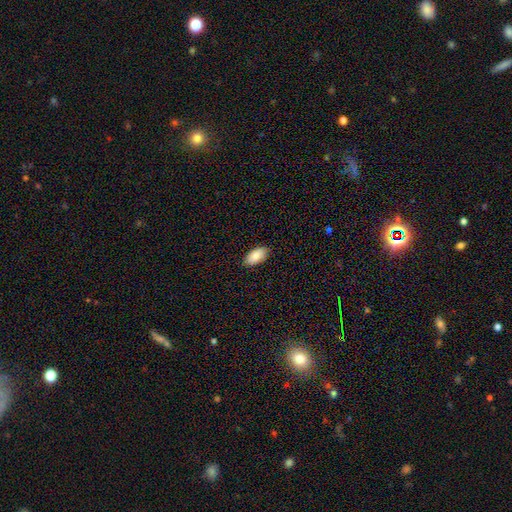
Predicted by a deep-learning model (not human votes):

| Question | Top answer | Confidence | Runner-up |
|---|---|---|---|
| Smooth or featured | smooth | 88% | star or artifact (6%) |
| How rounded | in between | 94% | cigar-shaped (3%) |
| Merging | none | 87% | minor disturbance (10%) |